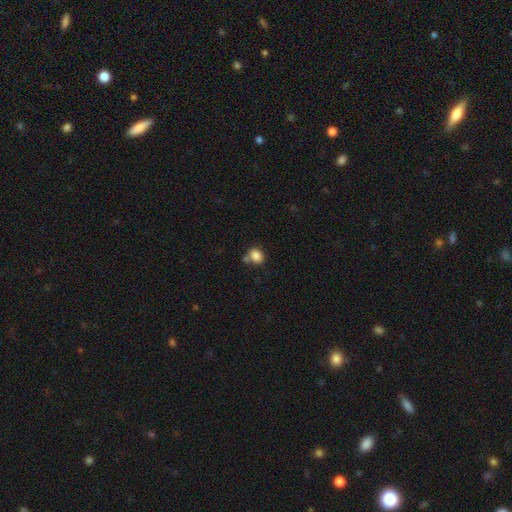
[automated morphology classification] This appears to be a smooth galaxy with no disk features (85%) that is in between round and cigar-shaped (50%). Merging: none (62%).